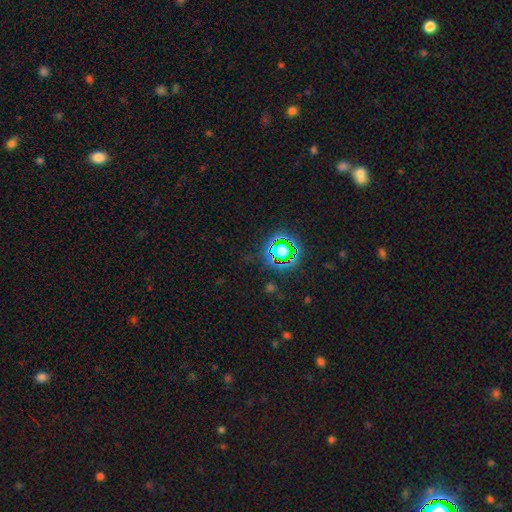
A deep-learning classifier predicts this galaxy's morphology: Q: Smooth or featured?
A: star or artifact (76%); runner-up: smooth (16%)